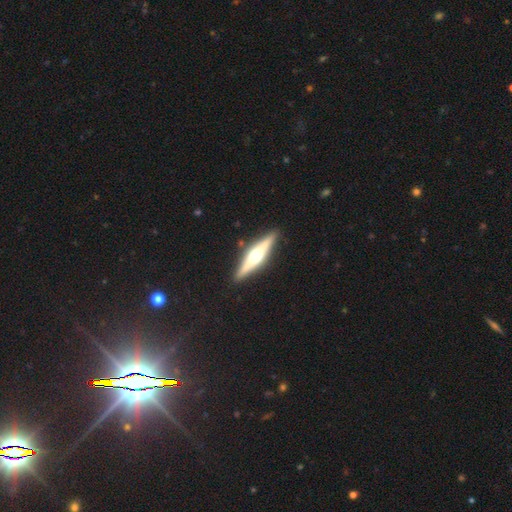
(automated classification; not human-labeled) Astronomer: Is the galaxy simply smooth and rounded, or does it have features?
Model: featured or disk — 71%.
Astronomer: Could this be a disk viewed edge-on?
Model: yes — 96%.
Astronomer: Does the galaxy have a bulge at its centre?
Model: rounded — 91%.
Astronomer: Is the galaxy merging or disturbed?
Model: none — 88%.